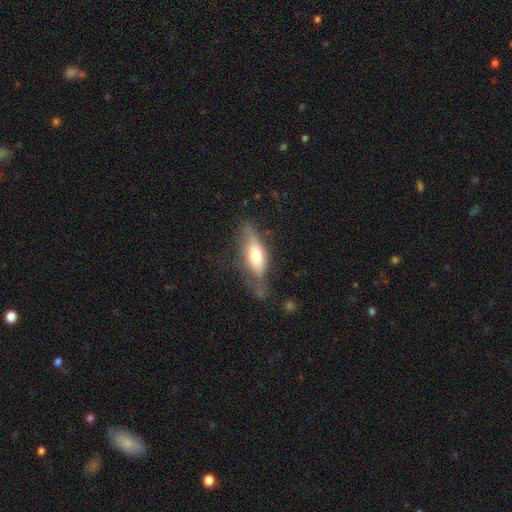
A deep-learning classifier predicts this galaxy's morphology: Smooth or featured: smooth — 51% (featured or disk — 43%)
How rounded: in between — 60% (cigar-shaped — 37%)
Merging: none — 44% (minor disturbance — 31%)